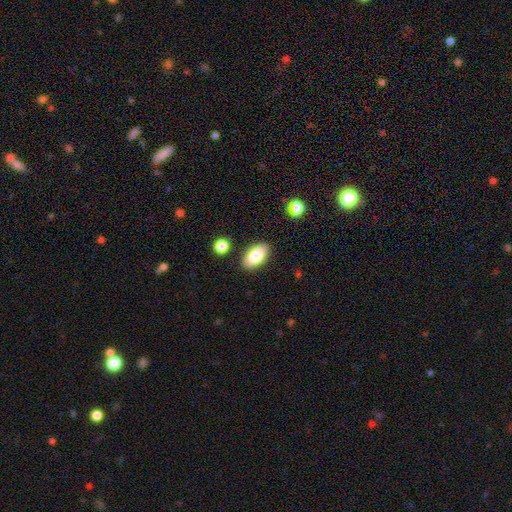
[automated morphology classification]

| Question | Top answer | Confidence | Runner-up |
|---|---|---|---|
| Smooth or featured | smooth | 79% | featured or disk (13%) |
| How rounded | in between | 92% | round (5%) |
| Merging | none | 87% | minor disturbance (9%) |